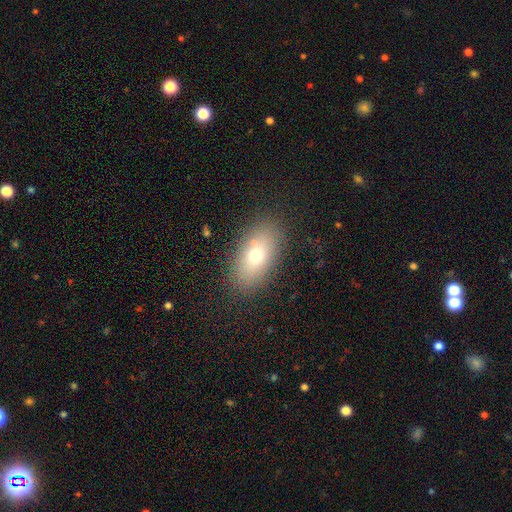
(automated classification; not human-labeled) A smooth galaxy with no disk features (71%) that is in between round and cigar-shaped (88%). Merging: none (85%).